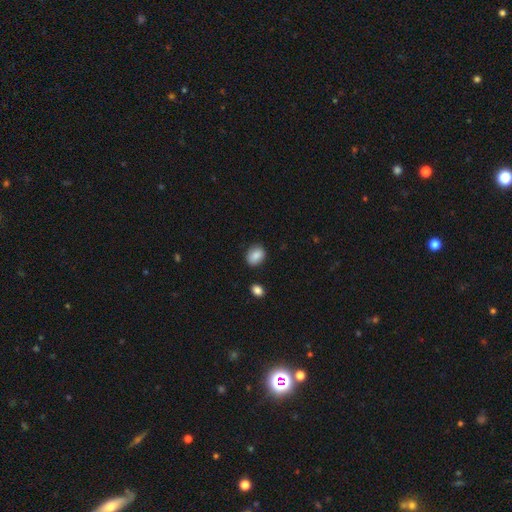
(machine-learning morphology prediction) Smooth or featured? smooth (87%)
How rounded? in between (69%)
Merging? none (84%)